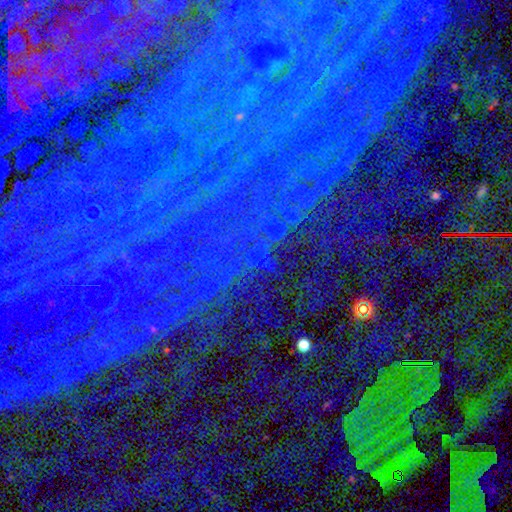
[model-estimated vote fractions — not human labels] Overall: star or artifact (80%).